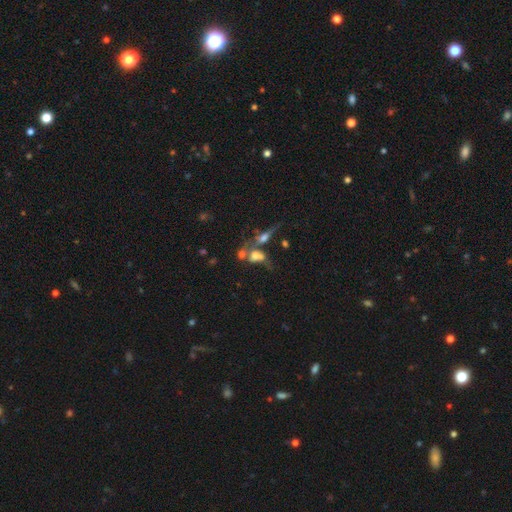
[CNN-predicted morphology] A smooth galaxy with no disk features (50%). Merging: merger (58%).